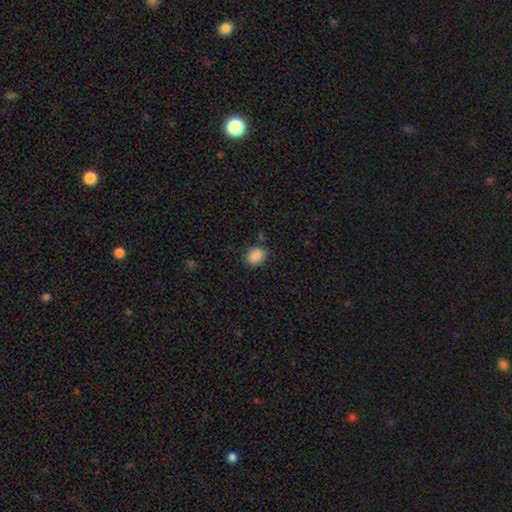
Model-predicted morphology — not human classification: Overall: smooth (88%). How rounded: in between (70%). Merging: none (81%).